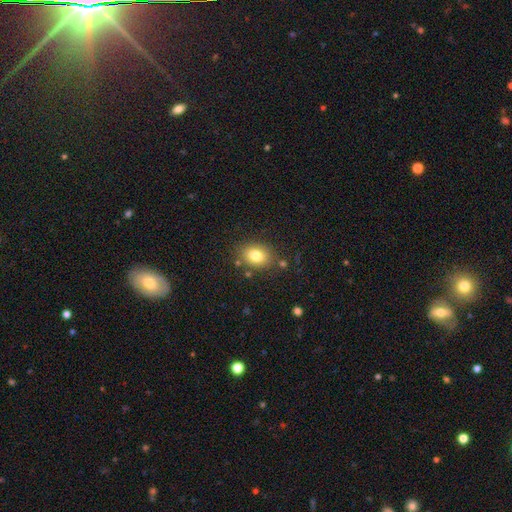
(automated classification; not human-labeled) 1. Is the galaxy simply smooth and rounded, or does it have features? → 80% smooth, 11% star or artifact, 10% featured or disk.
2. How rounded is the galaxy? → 58% in between, 41% round, 1% cigar-shaped.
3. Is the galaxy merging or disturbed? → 82% none, 11% minor disturbance, 4% merger, 3% major disturbance.